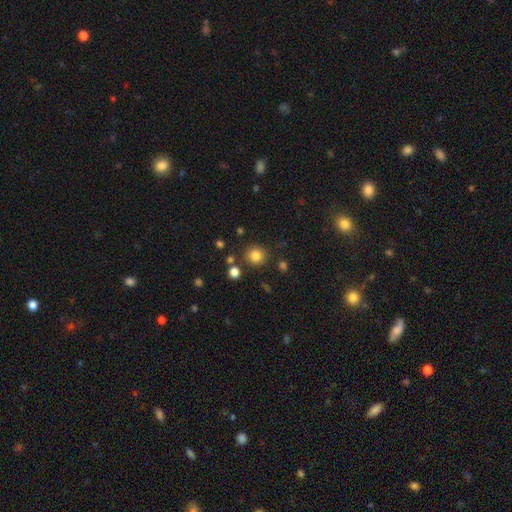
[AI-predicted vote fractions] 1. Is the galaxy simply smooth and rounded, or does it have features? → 83% smooth, 12% star or artifact, 5% featured or disk.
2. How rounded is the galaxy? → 92% round, 7% in between, 1% cigar-shaped.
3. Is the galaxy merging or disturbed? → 86% none, 7% minor disturbance, 4% merger, 3% major disturbance.